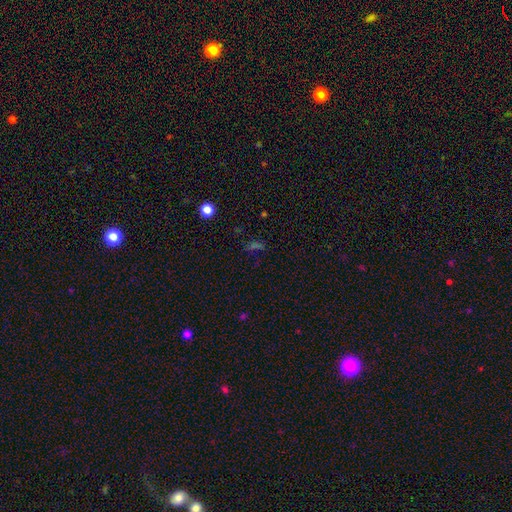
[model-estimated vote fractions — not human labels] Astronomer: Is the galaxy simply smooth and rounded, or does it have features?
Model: star or artifact — 48% (runner-up: smooth, 42%).